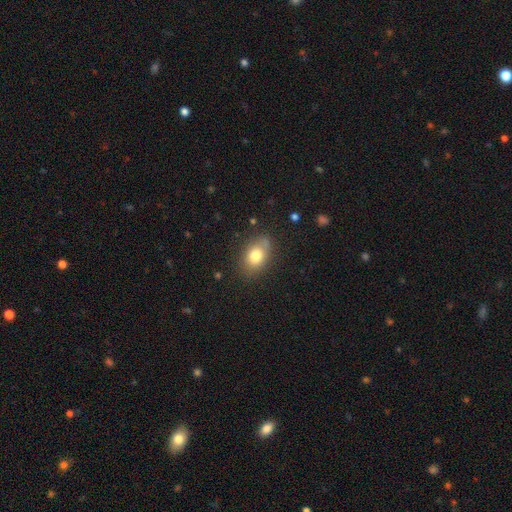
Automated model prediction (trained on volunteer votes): This appears to be a smooth galaxy with no disk features (77%) that is in between round and cigar-shaped (78%). Merging: none (74%).